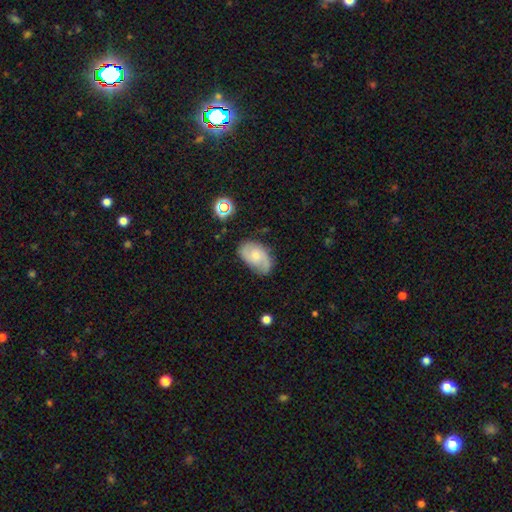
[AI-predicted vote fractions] This is possibly a featured or disk galaxy (60%). It is clearly not viewed edge-on (96%). Bar: likely no (67%). Spiral arm pattern: clearly yes (90%). Spiral arm count: likely 2 (78%). Spiral winding: possibly medium (46%). Central bulge: marginally small (45%). Merging: likely none (69%).